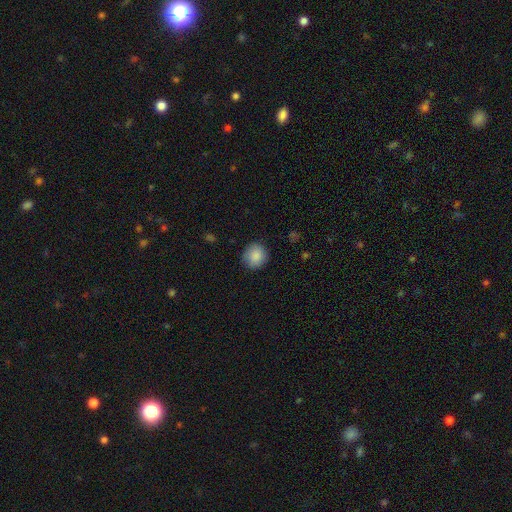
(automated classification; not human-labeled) smooth_or_featured: smooth (p=0.88) [alt: star or artifact p=0.07]
how_rounded: round (p=0.86) [alt: in between p=0.13]
merging: none (p=0.85) [alt: minor disturbance p=0.11]